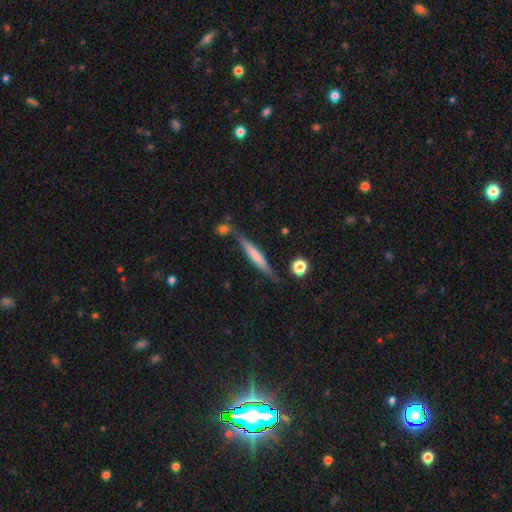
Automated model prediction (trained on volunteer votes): Smooth or featured? Predicted: smooth (p=0.51). How rounded? Predicted: cigar-shaped (p=0.92). Merging? Predicted: none (p=0.70).